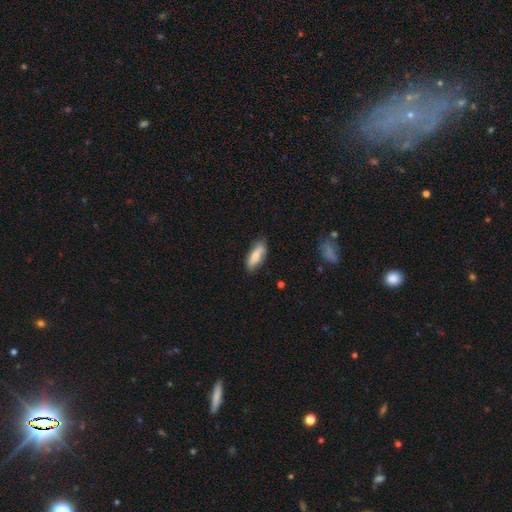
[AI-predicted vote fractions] A smooth galaxy with no disk features (71%) that is in between round and cigar-shaped (69%).

Vote fractions:
- Smooth or featured? smooth: 71% / featured or disk: 23% / star or artifact: 6%
- How rounded? in between: 69% / cigar-shaped: 28% / round: 2%
- Merging? none: 76% / minor disturbance: 19% / major disturbance: 3% / merger: 2%